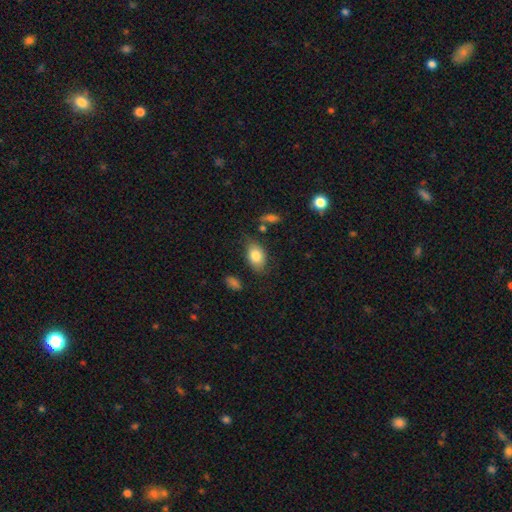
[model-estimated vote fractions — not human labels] This appears to be a smooth galaxy with no disk features (80%) that is in between round and cigar-shaped (87%). Merging: none (71%).